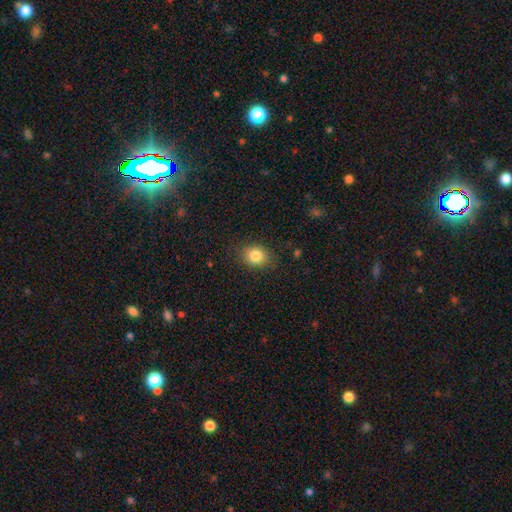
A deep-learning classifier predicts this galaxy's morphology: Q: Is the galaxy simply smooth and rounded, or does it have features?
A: smooth — 83%.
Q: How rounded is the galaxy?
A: in between — 50%.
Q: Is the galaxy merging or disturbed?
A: none — 83%.